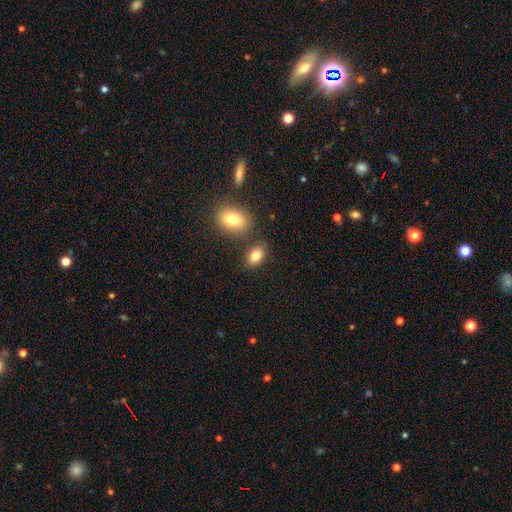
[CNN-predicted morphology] Smooth or featured: smooth — 82% (star or artifact — 10%)
How rounded: in between — 83% (round — 16%)
Merging: none — 73% (merger — 12%)